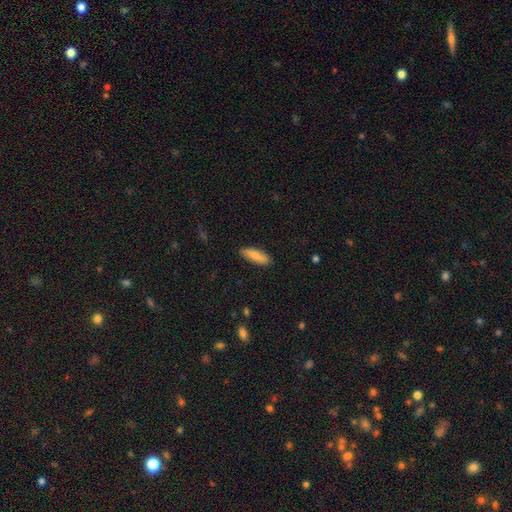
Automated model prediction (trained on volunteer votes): This appears to be a smooth galaxy with no disk features (80%) that is cigar-shaped (50%). Merging: none (88%).